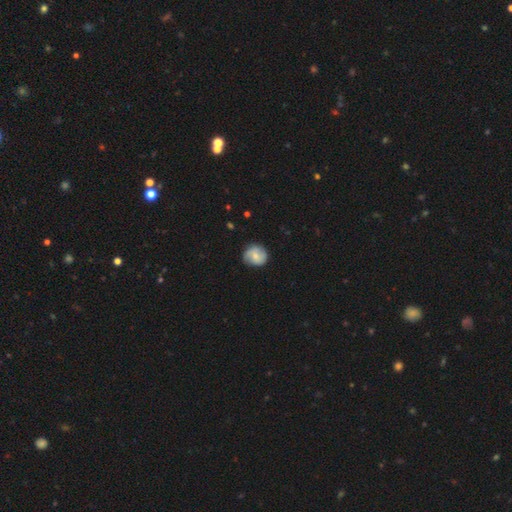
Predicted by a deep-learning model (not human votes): Smooth or featured?
  - smooth: 59% *
  - featured or disk: 34%
  - star or artifact: 7%
How rounded?
  - round: 86% *
  - in between: 12%
  - cigar-shaped: 1%
Merging?
  - none: 77% *
  - minor disturbance: 18%
  - major disturbance: 3%
  - merger: 1%